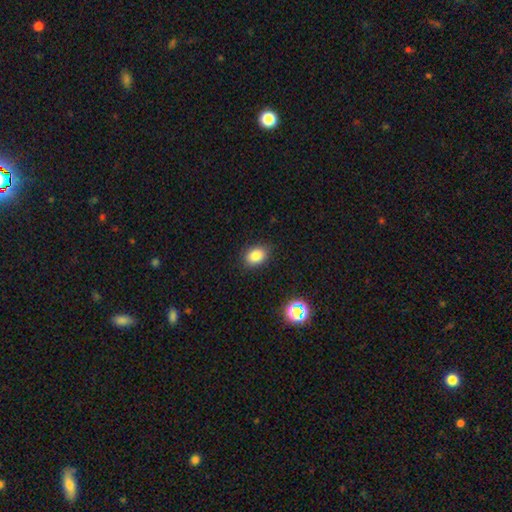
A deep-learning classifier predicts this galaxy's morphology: This appears to be a smooth galaxy with no disk features (84%) that is in between round and cigar-shaped (72%). Merging: none (85%).